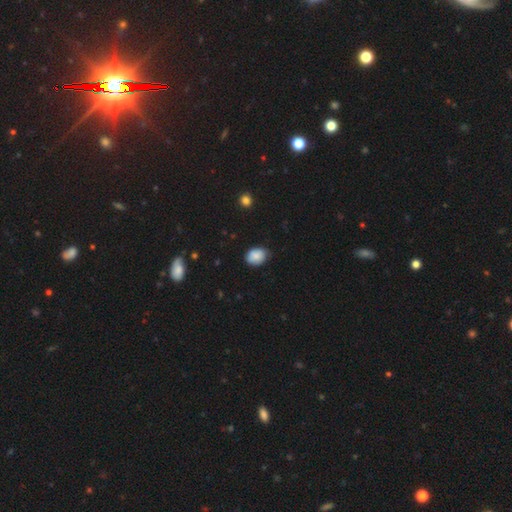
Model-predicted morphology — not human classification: This is clearly a smooth galaxy (83%). How rounded: likely in between (64%). Merging: likely none (71%).